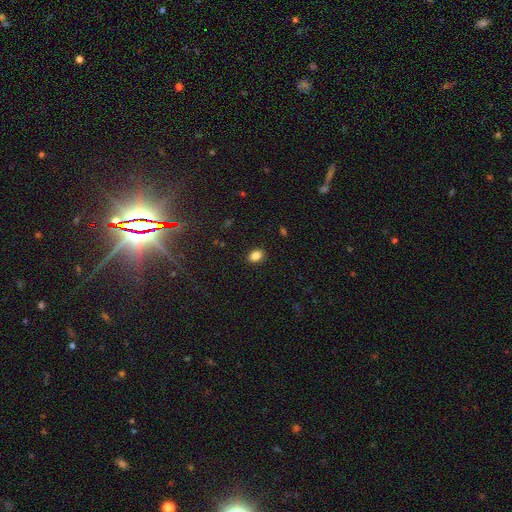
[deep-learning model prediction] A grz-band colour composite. It shows a smooth galaxy with no disk features (85%) that is in between round and cigar-shaped (75%). Merging: none (88%).